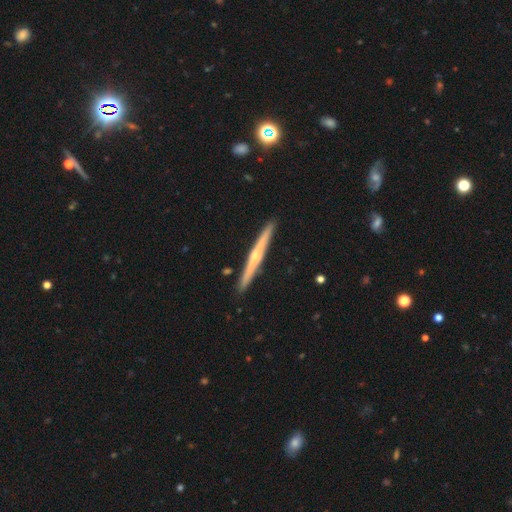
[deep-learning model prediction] smooth-or-featured: featured or disk: 68% | smooth: 26% | star or artifact: 5%
  disk-edge-on: yes: 98% | no: 2%
    edge-on-bulge: rounded: 69% | none: 26% | boxy: 4%
  merging: none: 92% | minor disturbance: 6% | merger: 1% | major disturbance: 1%